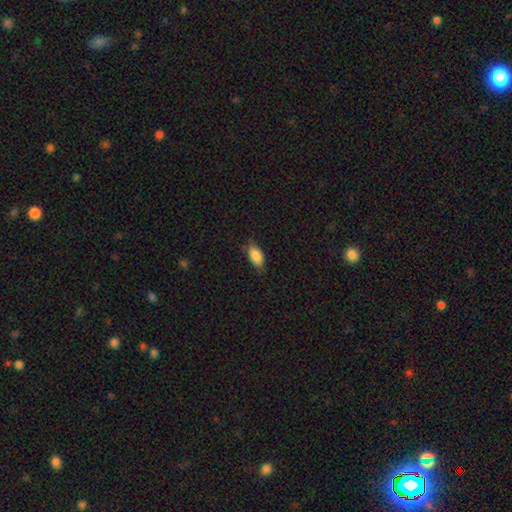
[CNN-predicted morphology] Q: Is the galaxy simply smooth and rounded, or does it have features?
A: smooth — 84%.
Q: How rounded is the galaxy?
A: in between — 88%.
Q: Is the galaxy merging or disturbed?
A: none — 72%.